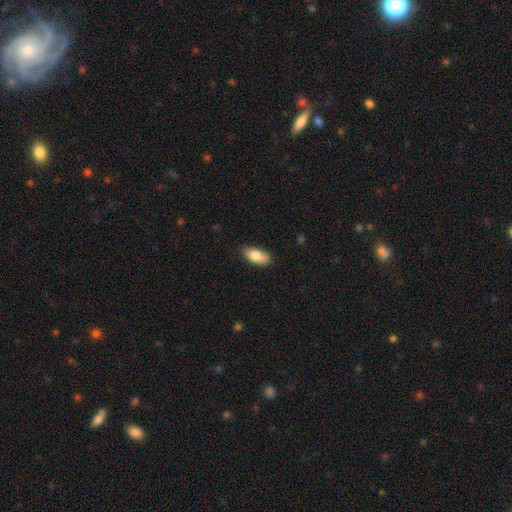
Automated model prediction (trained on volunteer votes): smooth 83%, featured or disk 11%, star or artifact 7%. Down the decision tree: how rounded — in between (87%); merging — none (80%).